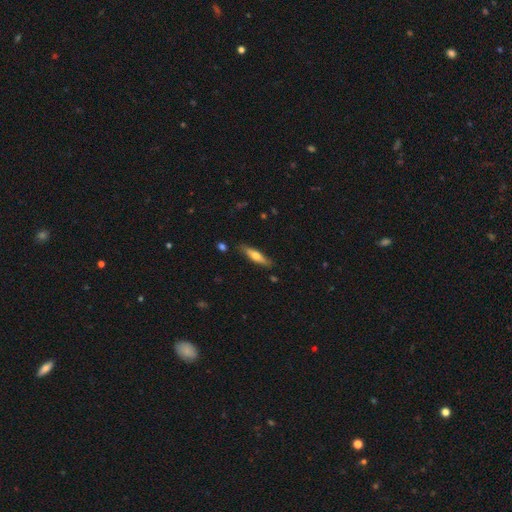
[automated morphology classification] A smooth galaxy with no disk features (53%) that is cigar-shaped (74%). Merging: none (84%).